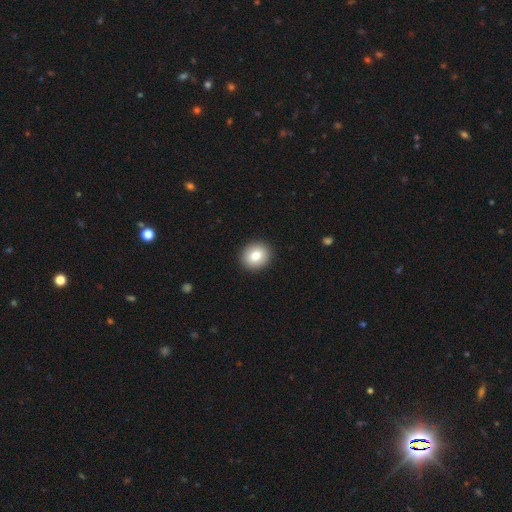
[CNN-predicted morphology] A smooth galaxy with no disk features (81%) that is round (79%).

Vote fractions:
- Smooth or featured? smooth: 81% / featured or disk: 11% / star or artifact: 8%
- How rounded? round: 79% / in between: 20% / cigar-shaped: 1%
- Merging? none: 92% / minor disturbance: 5% / major disturbance: 2% / merger: 1%